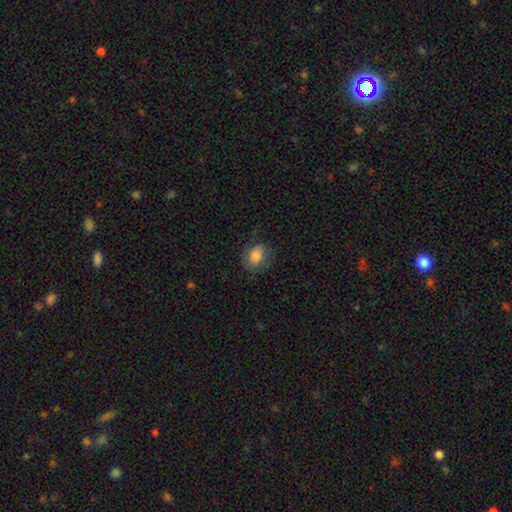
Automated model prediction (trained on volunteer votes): Smooth or featured? Predicted: smooth (p=0.74). How rounded? Predicted: in between (p=0.57). Merging? Predicted: none (p=0.63).